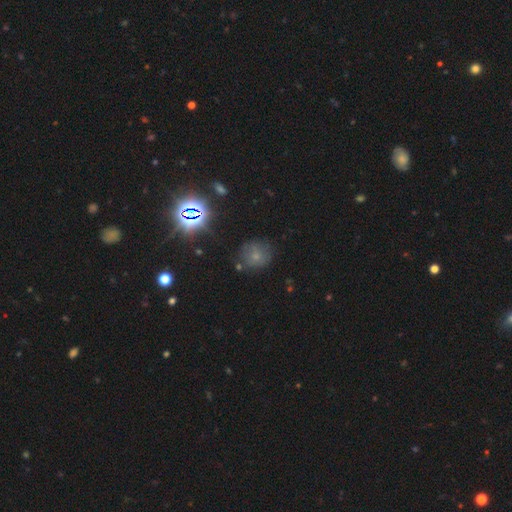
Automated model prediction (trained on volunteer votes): smooth-or-featured: smooth: 60% | star or artifact: 25% | featured or disk: 14%
  how-rounded: round: 85% | in between: 14% | cigar-shaped: 1%
  merging: none: 71% | minor disturbance: 18% | major disturbance: 7% | merger: 5%